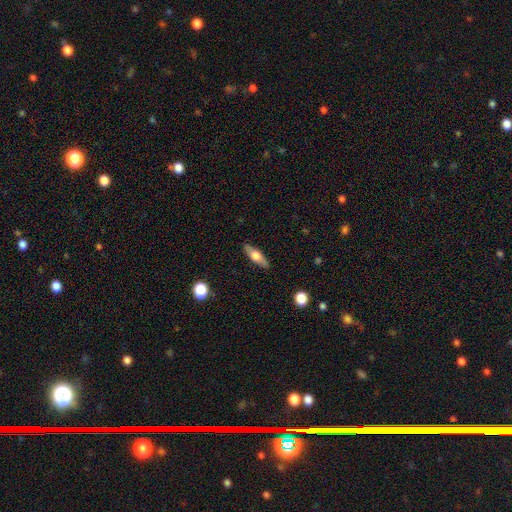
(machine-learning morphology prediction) This appears to be a smooth galaxy with no disk features (52%) that is cigar-shaped (50%). Merging: none (87%).